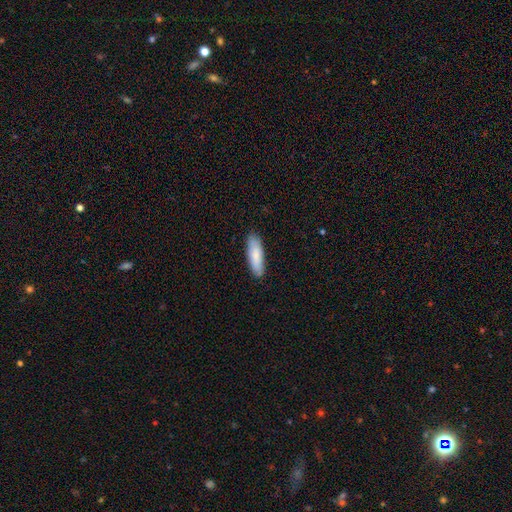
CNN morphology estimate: smooth_or_featured: smooth (p=0.83) [alt: featured or disk p=0.12]
how_rounded: cigar-shaped (p=0.53) [alt: in between p=0.45]
merging: none (p=0.87) [alt: minor disturbance p=0.10]